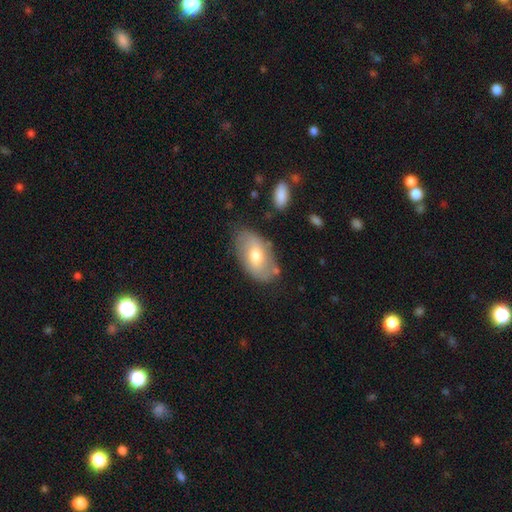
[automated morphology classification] This is possibly a smooth galaxy (57%). How rounded: clearly in between (93%). Merging: likely none (72%).